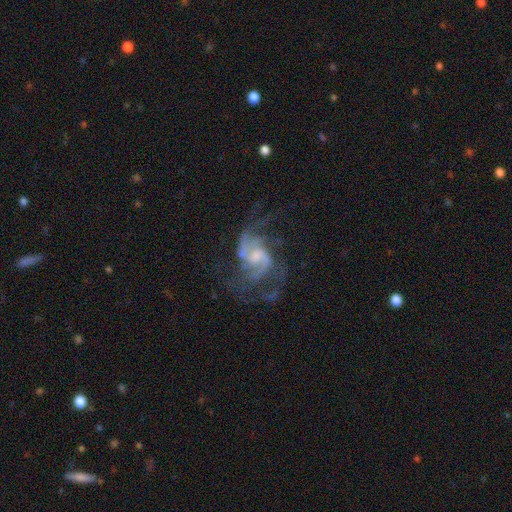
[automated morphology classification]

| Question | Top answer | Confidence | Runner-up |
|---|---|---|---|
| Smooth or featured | featured or disk | 86% | star or artifact (7%) |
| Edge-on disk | no | 98% | yes (2%) |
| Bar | weak | 48% | no (42%) |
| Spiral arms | yes | 94% | no (6%) |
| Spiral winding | medium | 48% | loose (36%) |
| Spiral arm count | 2 | 41% | 3 (21%) |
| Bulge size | moderate | 40% | small (36%) |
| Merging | none | 50% | major disturbance (30%) |